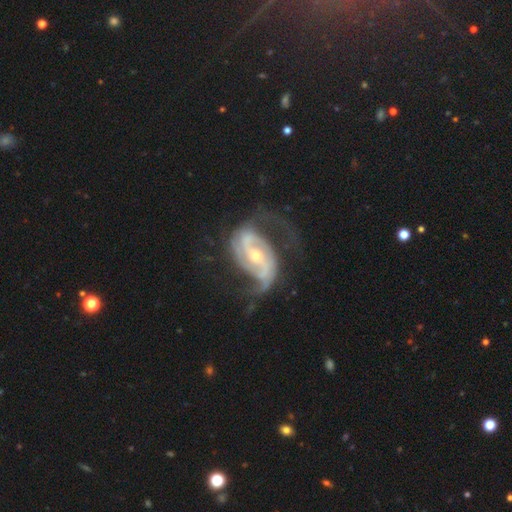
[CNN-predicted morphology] type=featured or disk (90%); edge-on=no (96%); bar=strong (44%); spiral arms=yes (96%); winding=medium (46%); arm count=2 (77%); bulge=small (55%); merging=none (54%).